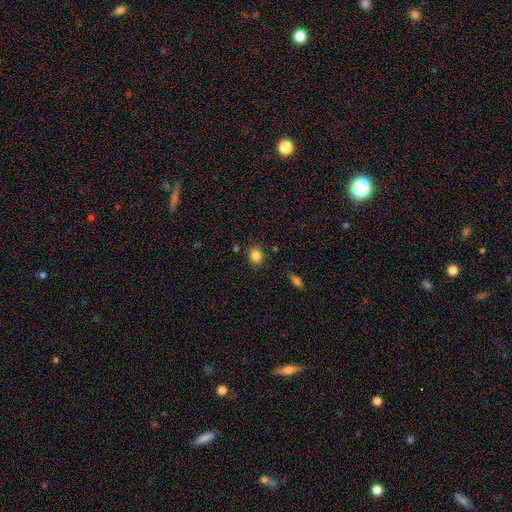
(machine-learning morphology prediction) A smooth galaxy with no disk features (85%) that is round (70%).

Vote fractions:
- Smooth or featured? smooth: 85% / star or artifact: 10% / featured or disk: 5%
- How rounded? round: 70% / in between: 29% / cigar-shaped: 1%
- Merging? none: 85% / minor disturbance: 9% / merger: 3% / major disturbance: 3%